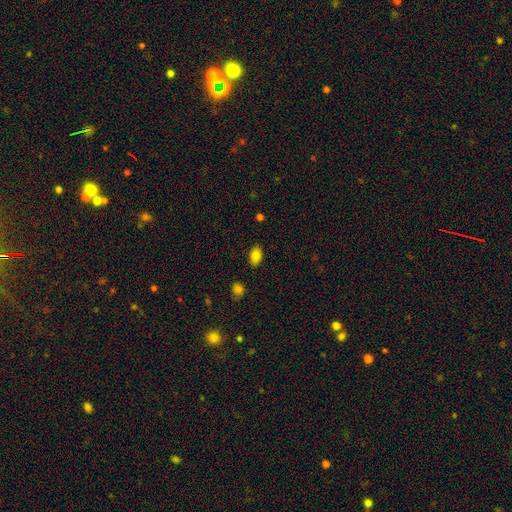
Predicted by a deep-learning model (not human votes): A smooth galaxy with no disk features (83%) that is in between round and cigar-shaped (88%).

Vote fractions:
- Smooth or featured? smooth: 83% / star or artifact: 10% / featured or disk: 7%
- How rounded? in between: 88% / round: 10% / cigar-shaped: 2%
- Merging? none: 87% / minor disturbance: 9% / major disturbance: 2% / merger: 1%